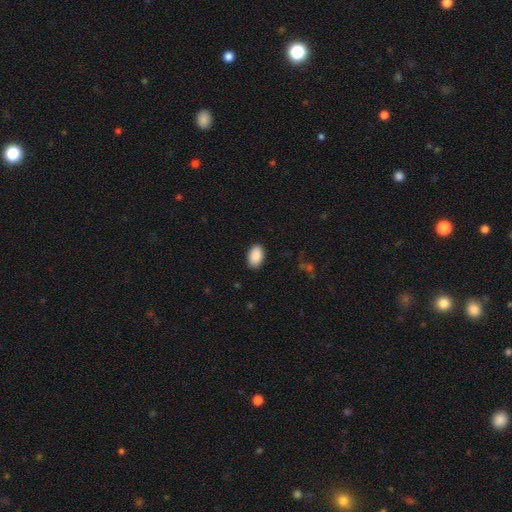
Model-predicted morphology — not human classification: smooth 90%, star or artifact 6%, featured or disk 3%. Down the decision tree: how rounded — in between (92%); merging — none (88%).